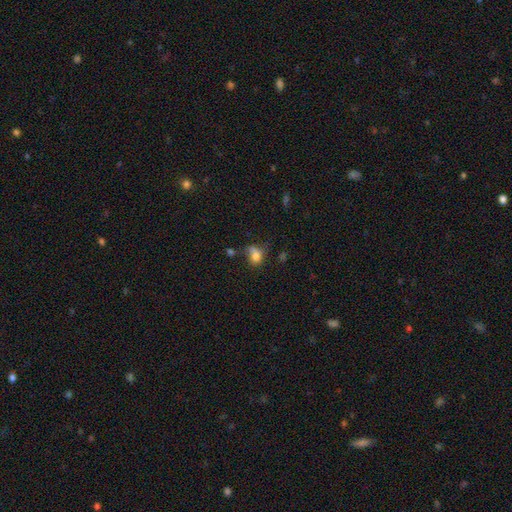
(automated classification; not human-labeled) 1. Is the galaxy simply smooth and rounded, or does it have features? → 74% smooth, 14% featured or disk, 12% star or artifact.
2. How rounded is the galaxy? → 57% in between, 41% round, 2% cigar-shaped.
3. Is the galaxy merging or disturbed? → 36% none, 30% minor disturbance, 23% major disturbance, 11% merger.